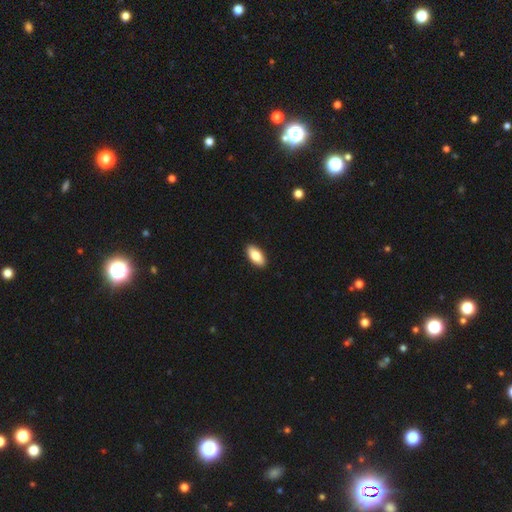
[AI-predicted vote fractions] This appears to be a smooth galaxy with no disk features (83%) that is in between round and cigar-shaped (91%). Merging: none (91%).